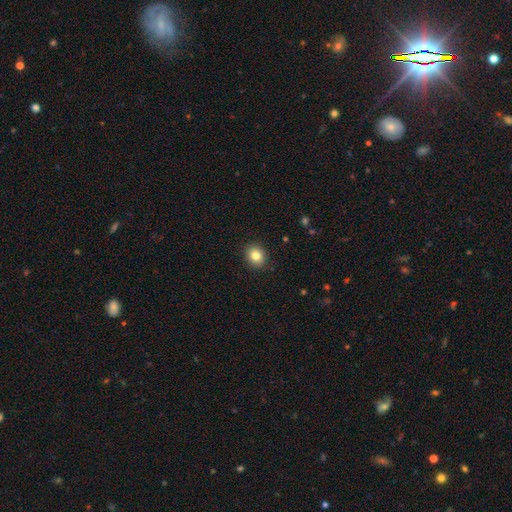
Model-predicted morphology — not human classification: smooth 83%, star or artifact 10%, featured or disk 7%. Down the decision tree: how rounded — round (68%); merging — none (90%).